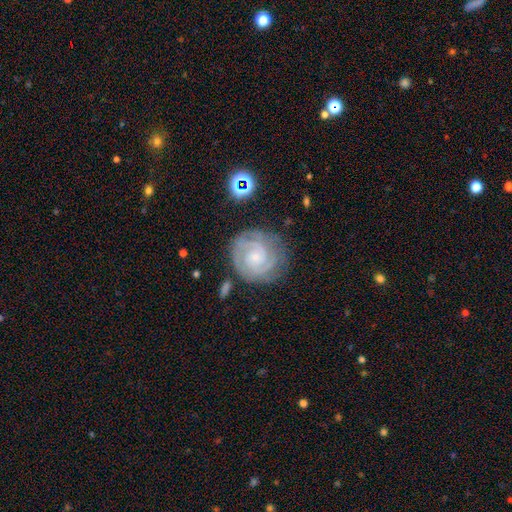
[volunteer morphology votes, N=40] This is clearly a featured or disk galaxy (85%). It is clearly not viewed edge-on (97%). Bar: likely no (61%). Spiral arm pattern: clearly yes (100%). Spiral arm count: clearly 2 (88%). Spiral winding: likely tight (64%). Central bulge: possibly small (55%). Merging: likely none (63%).